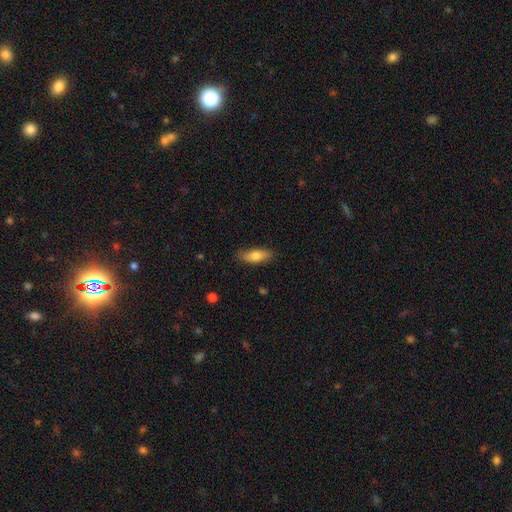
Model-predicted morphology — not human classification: smooth_or_featured: smooth (p=0.70) [alt: featured or disk p=0.23]
how_rounded: in between (p=0.59) [alt: cigar-shaped p=0.38]
merging: none (p=0.83) [alt: minor disturbance p=0.13]